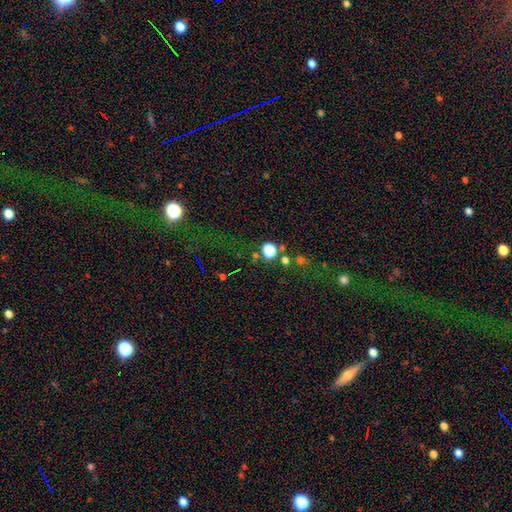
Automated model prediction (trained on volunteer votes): A star or artifact, not a galaxy (59%).